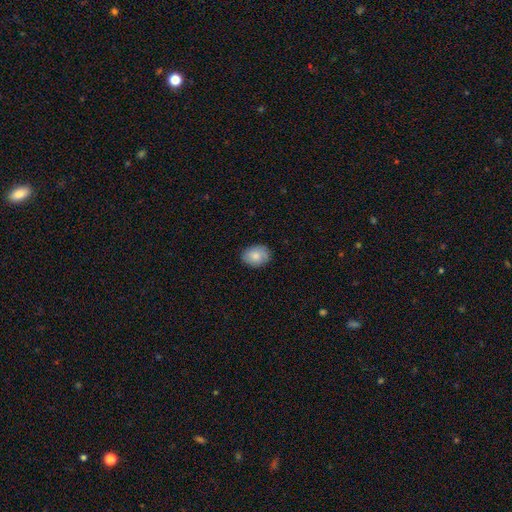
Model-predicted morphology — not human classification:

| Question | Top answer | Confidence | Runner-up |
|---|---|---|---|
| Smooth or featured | smooth | 81% | featured or disk (12%) |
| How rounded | in between | 61% | round (39%) |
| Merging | none | 84% | minor disturbance (12%) |